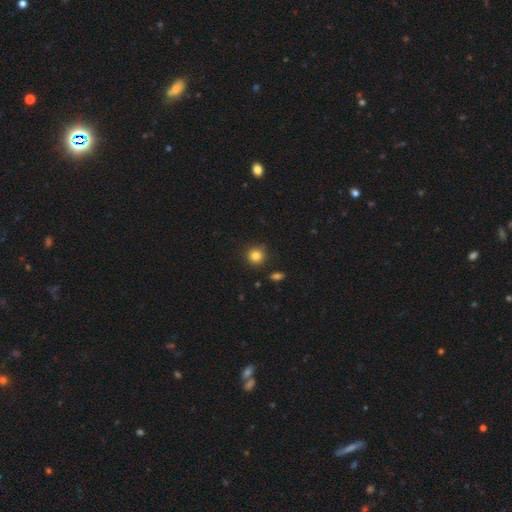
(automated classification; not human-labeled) A smooth galaxy with no disk features (84%) that is round (91%). Merging: none (86%).